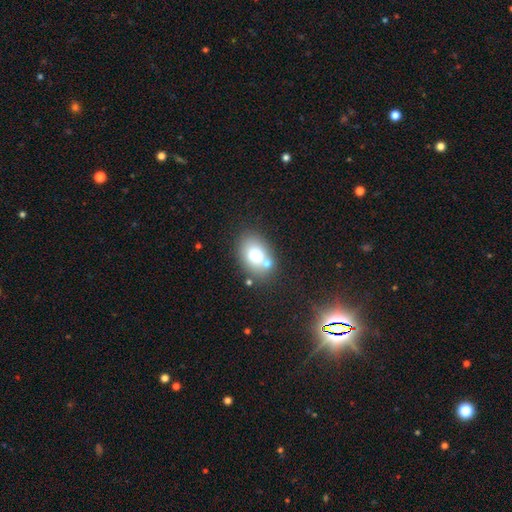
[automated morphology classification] This appears to be a smooth galaxy with no disk features (70%) that is in between round and cigar-shaped (70%). Merging: none (65%).